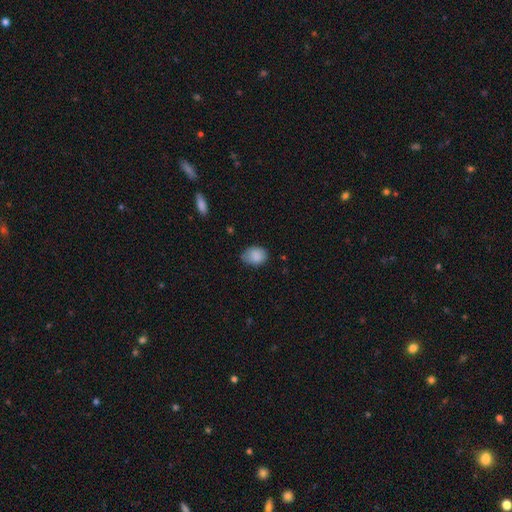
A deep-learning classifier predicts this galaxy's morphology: smooth-or-featured: smooth: 87% | star or artifact: 8% | featured or disk: 5%
  how-rounded: in between: 69% | round: 30% | cigar-shaped: 1%
  merging: none: 64% | minor disturbance: 30% | major disturbance: 5% | merger: 1%